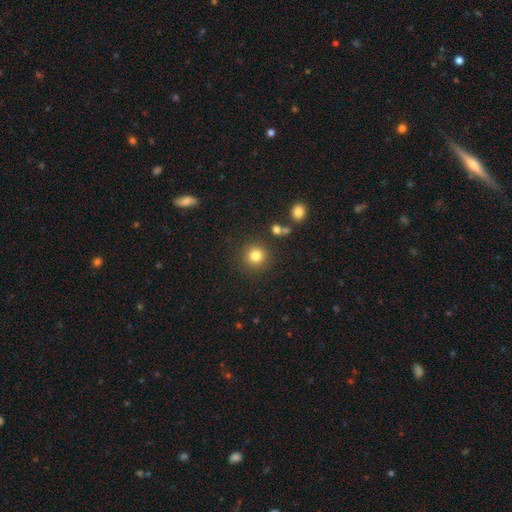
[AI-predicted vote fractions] Q: Smooth or featured?
A: smooth (82%); runner-up: star or artifact (12%)
Q: How rounded?
A: round (92%); runner-up: in between (7%)
Q: Merging?
A: none (86%); runner-up: minor disturbance (7%)